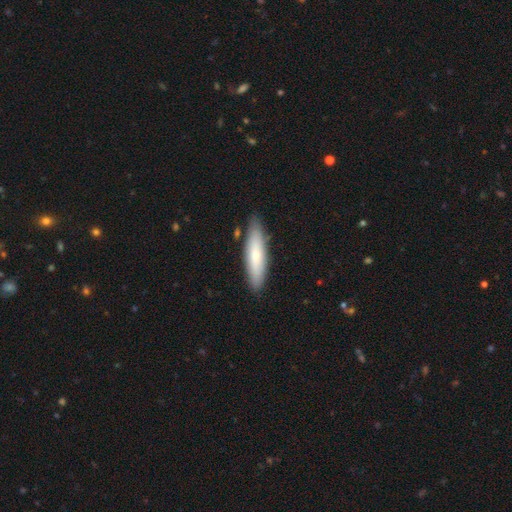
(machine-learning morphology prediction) type=smooth (71%); roundness=cigar-shaped (75%); merging=none (85%).